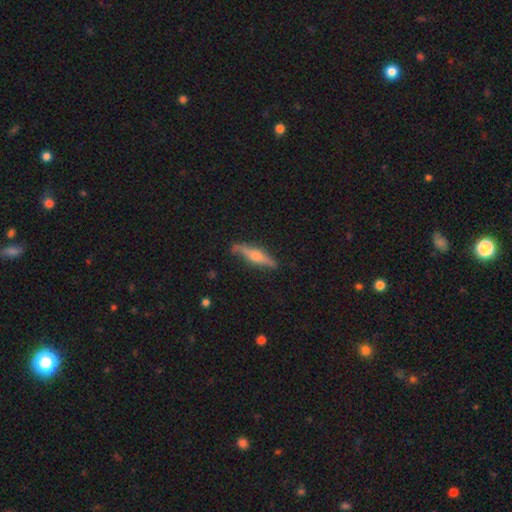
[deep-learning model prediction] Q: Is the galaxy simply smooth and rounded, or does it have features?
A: featured or disk — 61%.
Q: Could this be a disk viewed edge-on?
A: yes — 95%.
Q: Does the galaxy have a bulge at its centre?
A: rounded — 84%.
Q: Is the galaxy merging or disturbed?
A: none — 82%.